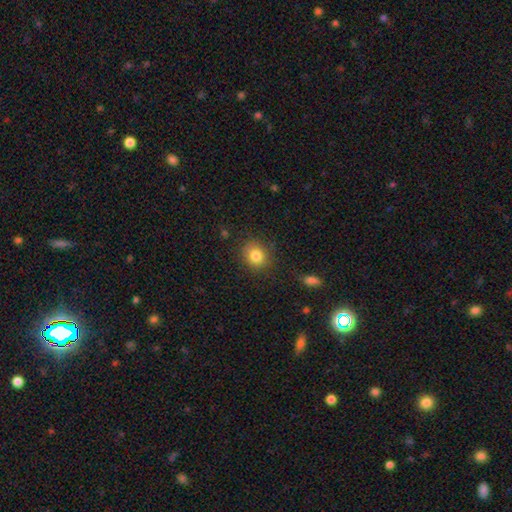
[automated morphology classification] smooth 82%, star or artifact 11%, featured or disk 7%. Down the decision tree: how rounded — round (75%); merging — none (85%).